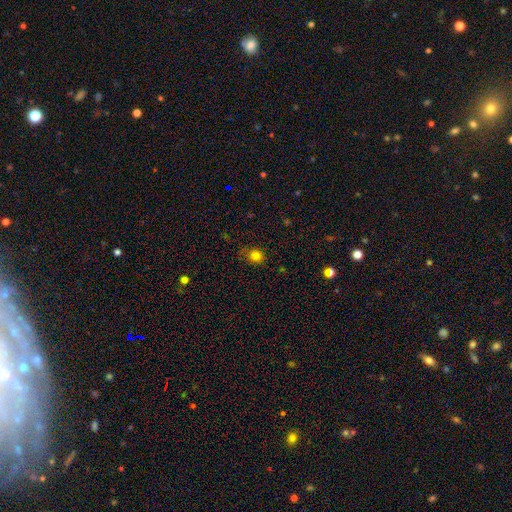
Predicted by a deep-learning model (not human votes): Smooth or featured? Predicted: smooth (p=0.81). How rounded? Predicted: round (p=0.77). Merging? Predicted: none (p=0.76).